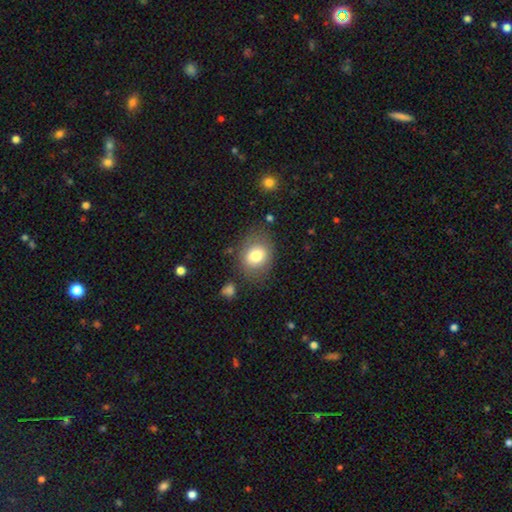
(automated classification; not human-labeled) Smooth or featured?
  - smooth: 77% *
  - featured or disk: 14%
  - star or artifact: 9%
How rounded?
  - in between: 51% *
  - round: 48%
  - cigar-shaped: 1%
Merging?
  - none: 75% *
  - minor disturbance: 15%
  - major disturbance: 6%
  - merger: 3%